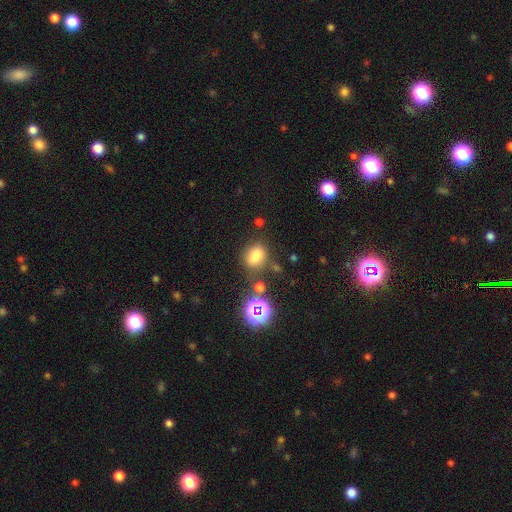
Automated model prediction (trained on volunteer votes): This is likely a smooth galaxy (74%). How rounded: possibly in between (60%). Merging: likely none (67%).